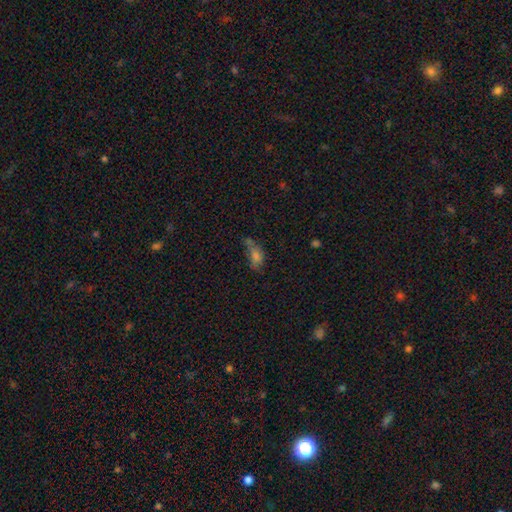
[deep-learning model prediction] Smooth or featured?
  - smooth: 61% *
  - star or artifact: 20%
  - featured or disk: 19%
How rounded?
  - in between: 79% *
  - round: 11%
  - cigar-shaped: 10%
Merging?
  - none: 41% *
  - minor disturbance: 24%
  - merger: 20%
  - major disturbance: 15%